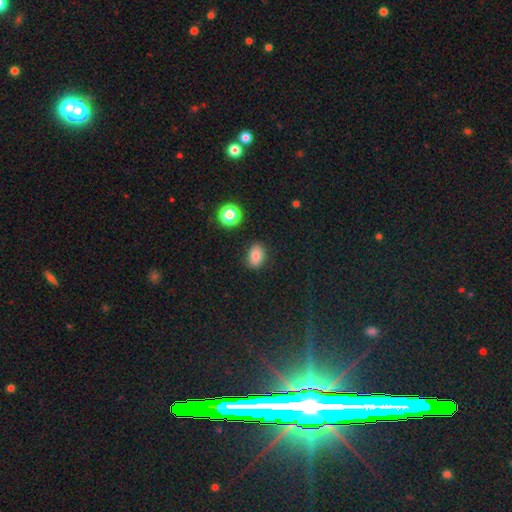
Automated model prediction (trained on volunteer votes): The model was most divided on "how rounded": in between: 73%, round: 25%, cigar-shaped: 1%. More confident: merging — none (85%); smooth or featured — smooth (80%).